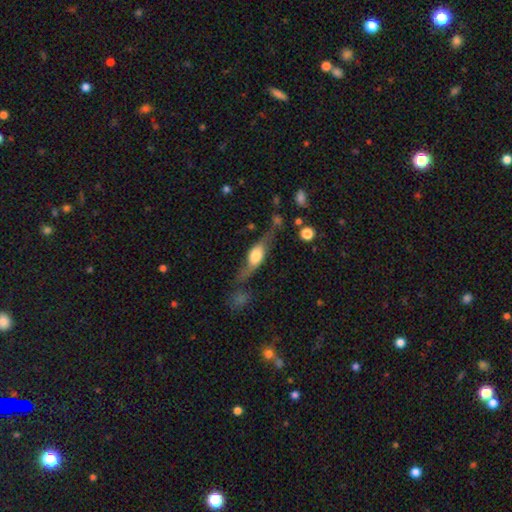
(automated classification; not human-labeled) Morphology: type=featured or disk (58%); edge-on=yes (64%); merging=none (49%).